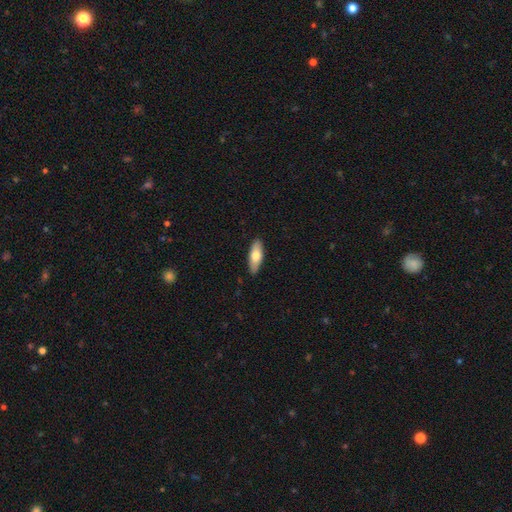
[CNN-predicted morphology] A smooth galaxy with no disk features (69%) that is in between round and cigar-shaped (67%). Merging: none (89%).